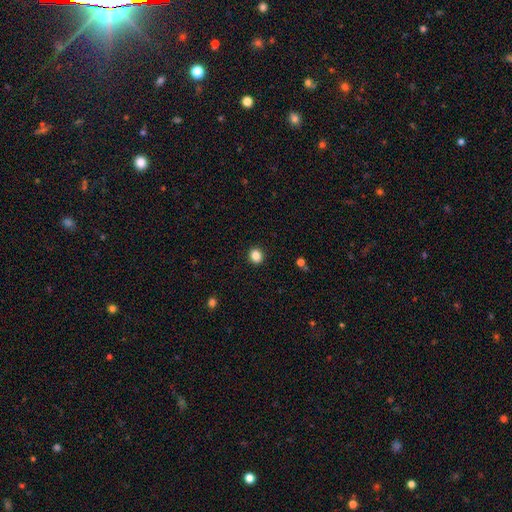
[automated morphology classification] smooth 85%, star or artifact 10%, featured or disk 4%. Down the decision tree: how rounded — round (76%); merging — none (92%).